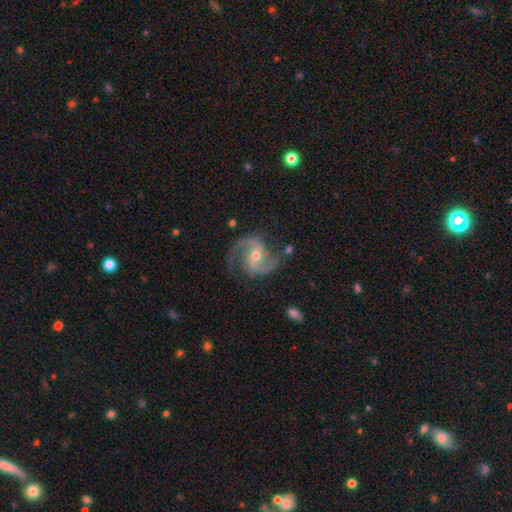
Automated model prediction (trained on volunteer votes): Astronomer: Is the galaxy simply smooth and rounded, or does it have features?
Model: featured or disk — 92%.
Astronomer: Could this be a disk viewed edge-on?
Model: no — 98%.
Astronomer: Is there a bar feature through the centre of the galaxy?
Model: weak — 42% (runner-up: no, 35%).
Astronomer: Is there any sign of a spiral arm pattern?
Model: yes — 98%.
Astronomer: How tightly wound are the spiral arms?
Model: medium — 61%.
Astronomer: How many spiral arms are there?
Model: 2 — 92%.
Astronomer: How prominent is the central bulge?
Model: moderate — 51% (runner-up: small, 45%).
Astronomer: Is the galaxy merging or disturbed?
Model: none — 78%.